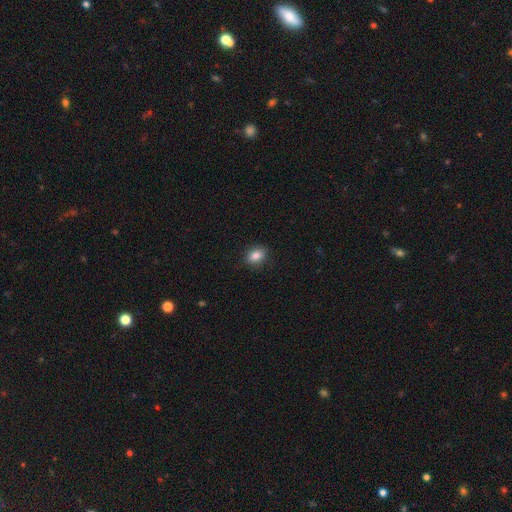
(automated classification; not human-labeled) Q: Smooth or featured?
A: smooth (85%); runner-up: star or artifact (9%)
Q: How rounded?
A: in between (70%); runner-up: round (29%)
Q: Merging?
A: none (88%); runner-up: minor disturbance (9%)